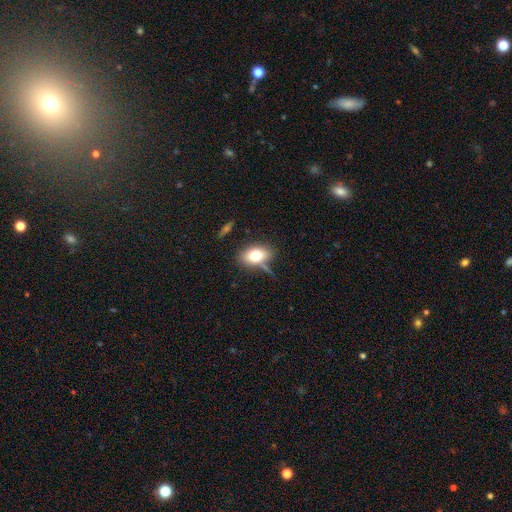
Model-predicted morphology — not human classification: Smooth or featured: smooth — 73% (featured or disk — 18%)
How rounded: in between — 83% (round — 14%)
Merging: none — 59% (minor disturbance — 22%)